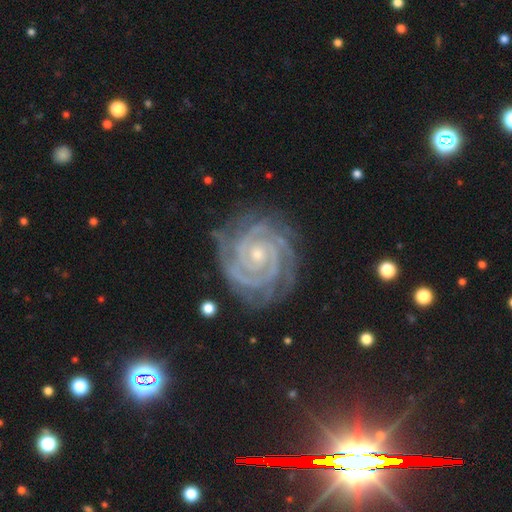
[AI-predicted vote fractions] Smooth or featured? featured or disk (92%)
Edge-on disk? no (98%)
Bar? no (71%)
Spiral arms? yes (99%)
Spiral winding? tight (87%)
Spiral arm count? 2 (44%)
Bulge size? small (75%)
Merging? none (78%)